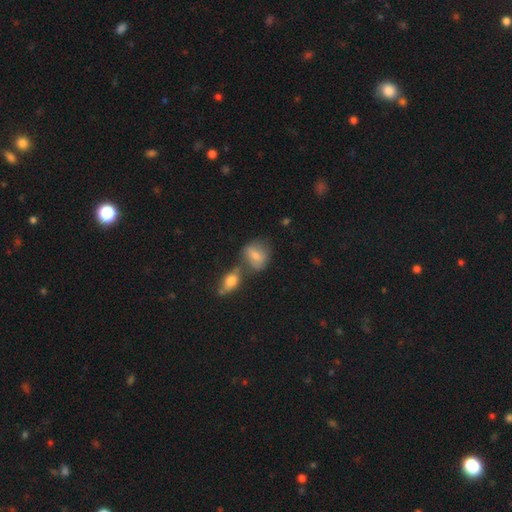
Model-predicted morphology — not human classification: The model was most divided on "how rounded": round: 49%, in between: 48%, cigar-shaped: 3%. Remaining: smooth or featured — smooth (70%); merging — none (47%).